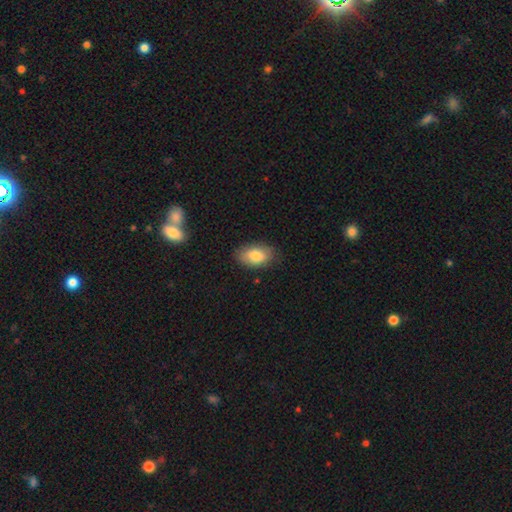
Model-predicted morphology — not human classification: Q: Smooth or featured?
A: smooth (82%); runner-up: featured or disk (11%)
Q: How rounded?
A: in between (92%); runner-up: round (6%)
Q: Merging?
A: none (80%); runner-up: minor disturbance (15%)